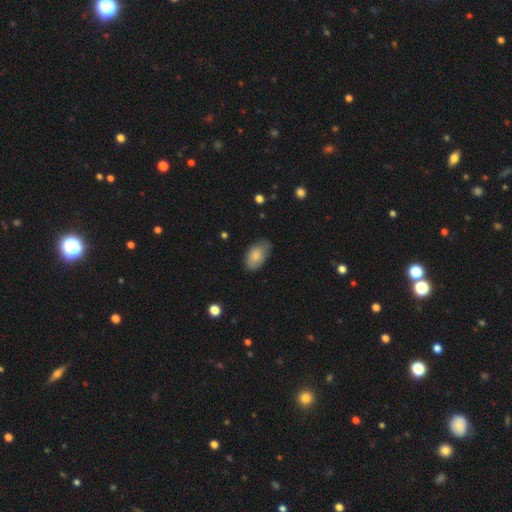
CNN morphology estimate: The model was most divided on "merging": none: 68%, minor disturbance: 26%, major disturbance: 5%, merger: 1%. More confident: how rounded — in between (94%); smooth or featured — smooth (81%).